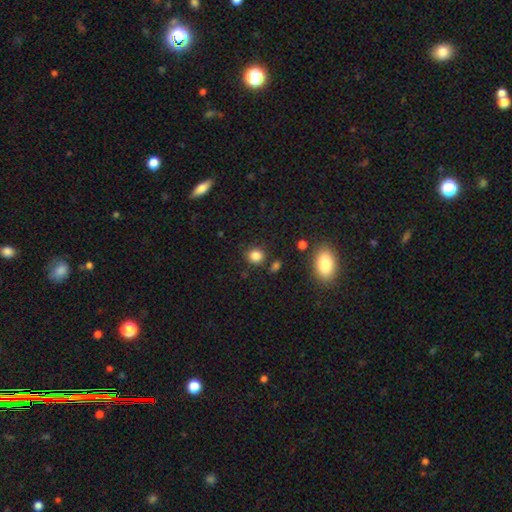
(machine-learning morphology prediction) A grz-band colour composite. It shows a smooth galaxy with no disk features (84%) that is round (78%). Merging: none (83%).